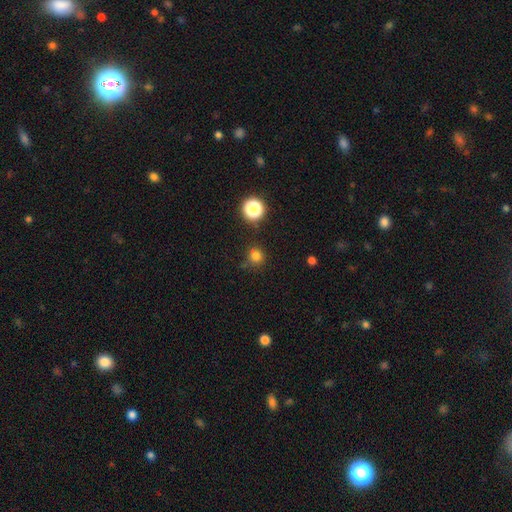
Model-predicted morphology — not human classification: Smooth or featured? Predicted: smooth (p=0.78). How rounded? Predicted: round (p=0.90). Merging? Predicted: none (p=0.81).